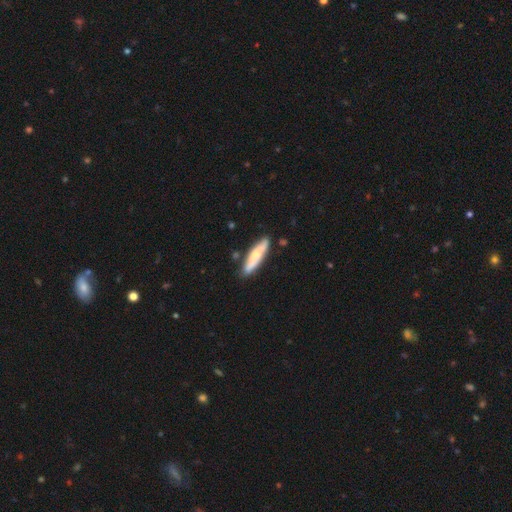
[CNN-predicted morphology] Smooth or featured? Predicted: smooth (p=0.55). How rounded? Predicted: cigar-shaped (p=0.74). Merging? Predicted: none (p=0.82).